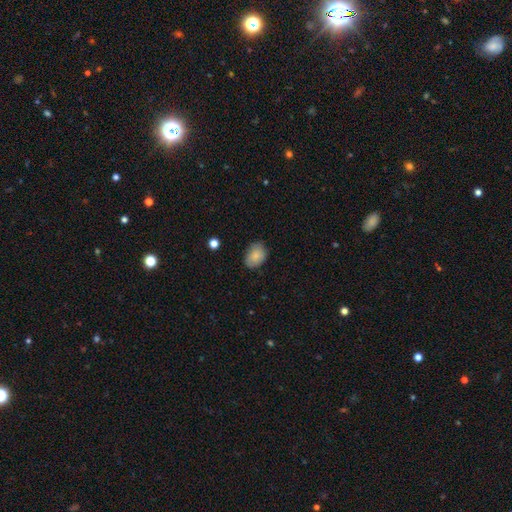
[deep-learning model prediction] A smooth galaxy with no disk features (82%) that is in between round and cigar-shaped (69%).

Vote fractions:
- Smooth or featured? smooth: 82% / featured or disk: 10% / star or artifact: 8%
- How rounded? in between: 69% / round: 30% / cigar-shaped: 1%
- Merging? none: 75% / minor disturbance: 20% / major disturbance: 4% / merger: 1%